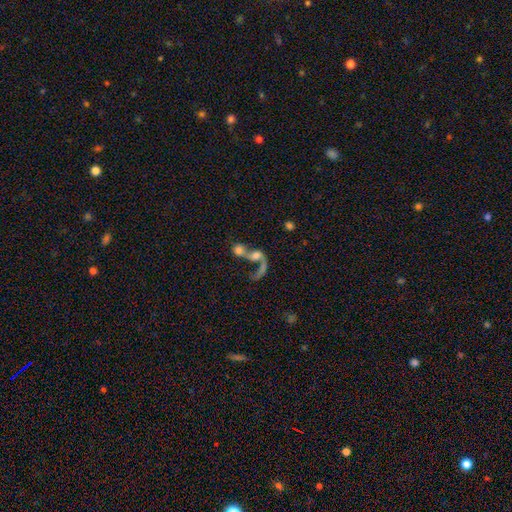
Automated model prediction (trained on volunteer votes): This appears to be a featured or disk galaxy (46%). Merging: merger (72%).